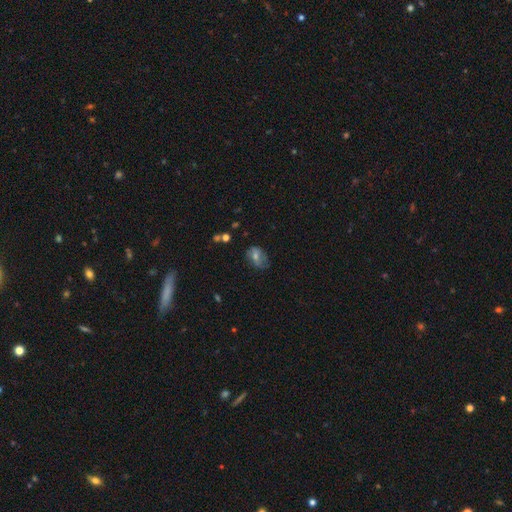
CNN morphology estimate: type=smooth (46%); merging=none (56%).